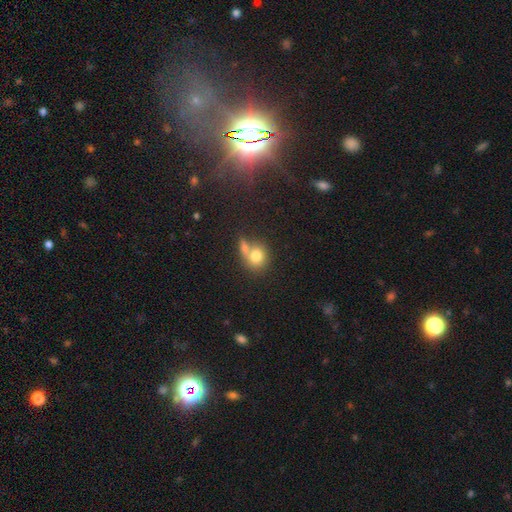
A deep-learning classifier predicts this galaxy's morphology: This is likely a smooth galaxy (77%). How rounded: likely round (73%). Merging: marginally merger (44%).